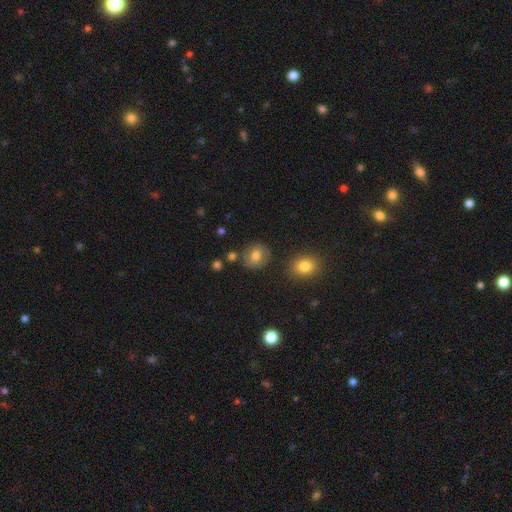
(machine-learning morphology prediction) A smooth galaxy with no disk features (75%) that is round (75%). Merging: none (80%).